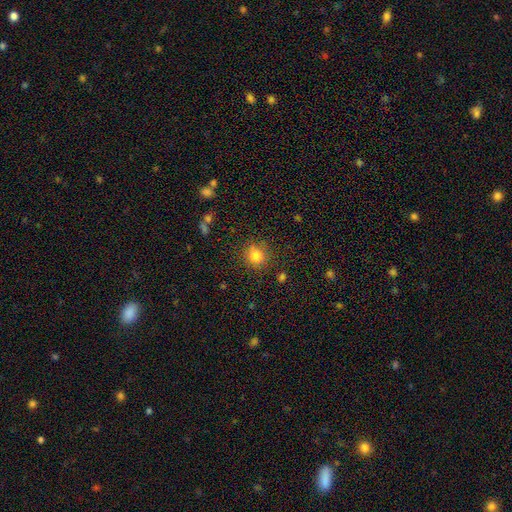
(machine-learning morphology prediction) smooth_or_featured: smooth (p=0.82) [alt: star or artifact p=0.12]
how_rounded: round (p=0.90) [alt: in between p=0.09]
merging: none (p=0.85) [alt: minor disturbance p=0.09]